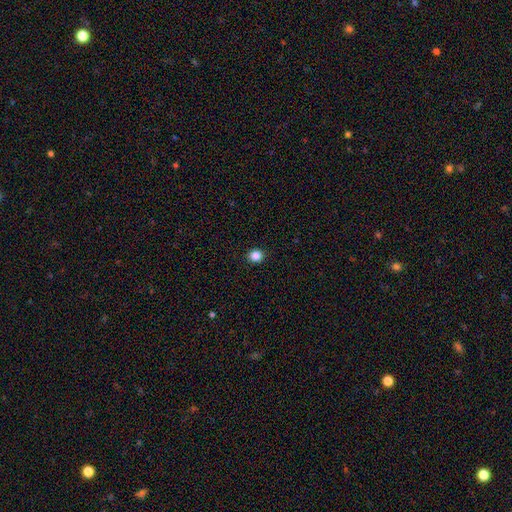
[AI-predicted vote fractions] Smooth or featured? smooth (85%)
How rounded? round (87%)
Merging? none (93%)